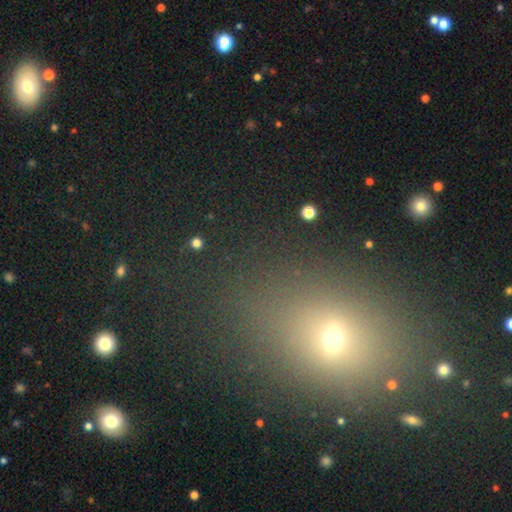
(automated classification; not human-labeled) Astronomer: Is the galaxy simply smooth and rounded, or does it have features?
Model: star or artifact — 44% (runner-up: smooth, 43%).